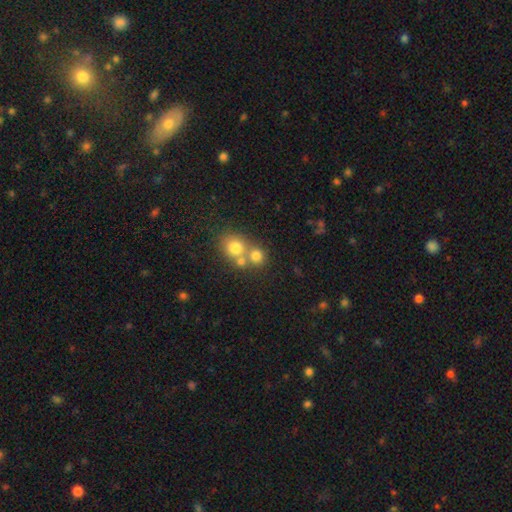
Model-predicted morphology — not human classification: Smooth or featured?
  - smooth: 74% *
  - star or artifact: 14%
  - featured or disk: 12%
How rounded?
  - round: 84% *
  - in between: 15%
  - cigar-shaped: 1%
Merging?
  - none: 45% * (tied)
  - merger: 45% * (tied)
  - minor disturbance: 7%
  - major disturbance: 3%